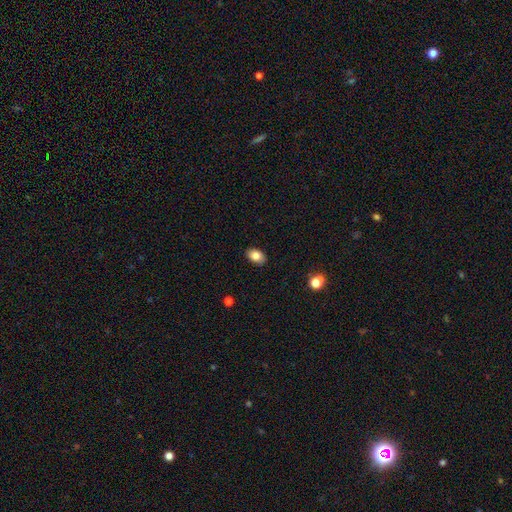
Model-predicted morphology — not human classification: smooth-or-featured: smooth: 84% | star or artifact: 9% | featured or disk: 7%
  how-rounded: in between: 82% | round: 17% | cigar-shaped: 1%
  merging: none: 87% | minor disturbance: 10% | major disturbance: 2% | merger: 1%